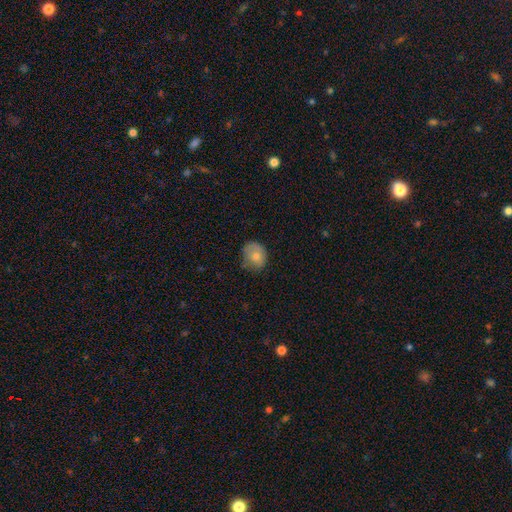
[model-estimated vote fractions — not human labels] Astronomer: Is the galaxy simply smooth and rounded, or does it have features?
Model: smooth — 76%.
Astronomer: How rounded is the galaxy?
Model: round — 62%.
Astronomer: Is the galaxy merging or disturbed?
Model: none — 59%.